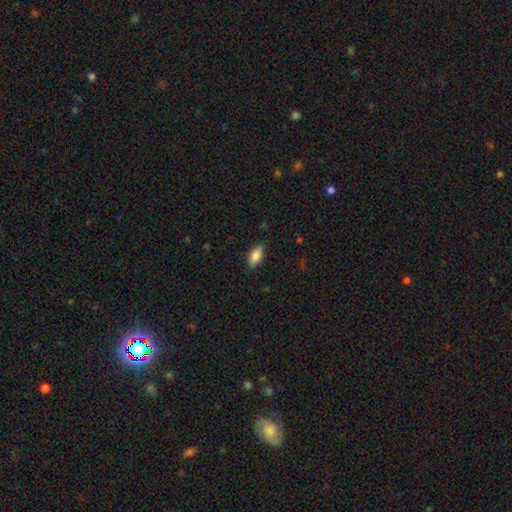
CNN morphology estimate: The model was most divided on "smooth or featured": smooth: 80%, featured or disk: 13%, star or artifact: 7%. More confident: merging — none (84%); how rounded — in between (84%).